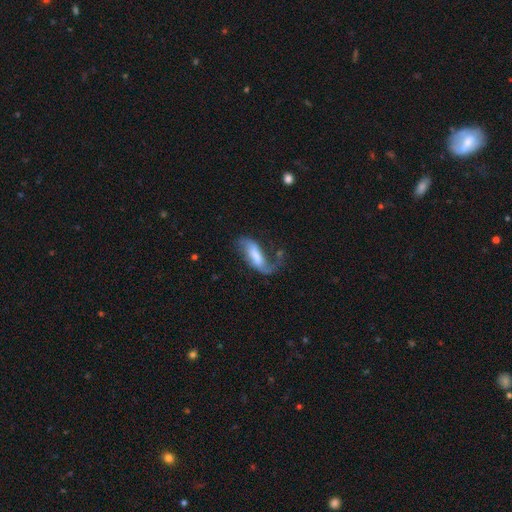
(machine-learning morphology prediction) featured or disk 57%, smooth 36%, star or artifact 7%. Down the decision tree: edge-on disk — no (90%); bar — weak (37%); spiral arms — yes (84%); bulge size — none (29%); merging — none (36%).